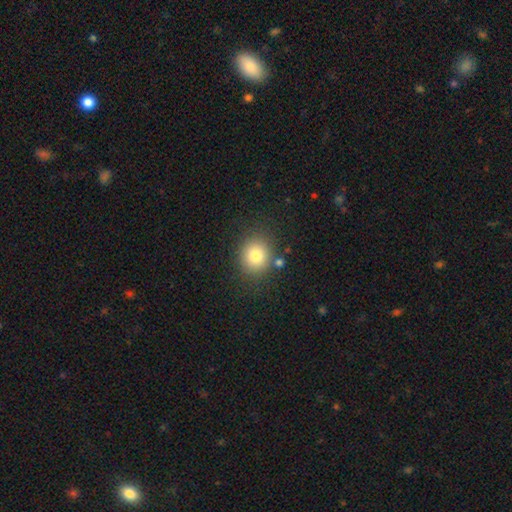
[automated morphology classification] Smooth or featured? Predicted: smooth (p=0.79). How rounded? Predicted: round (p=0.80). Merging? Predicted: none (p=0.81).